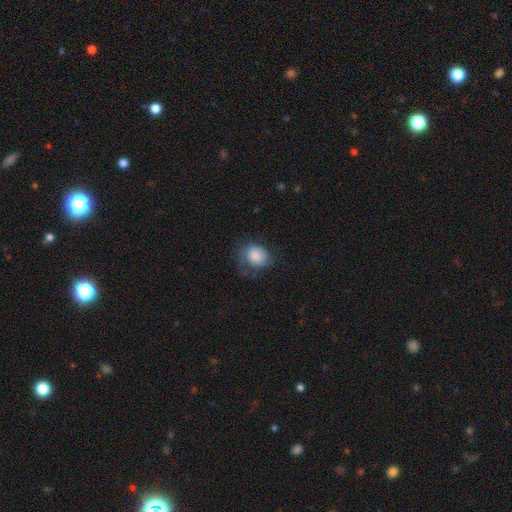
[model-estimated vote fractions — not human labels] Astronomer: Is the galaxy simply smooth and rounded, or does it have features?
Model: smooth — 82%.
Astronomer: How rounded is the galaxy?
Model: round — 59% (runner-up: in between, 40%).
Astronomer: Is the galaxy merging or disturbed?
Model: none — 51% (runner-up: minor disturbance, 28%).